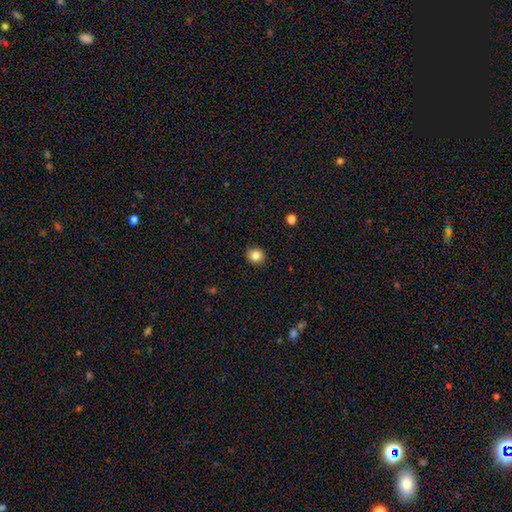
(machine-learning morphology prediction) The model was most divided on "how rounded": round: 83%, in between: 16%, cigar-shaped: 1%. More confident: merging — none (89%); smooth or featured — smooth (85%).